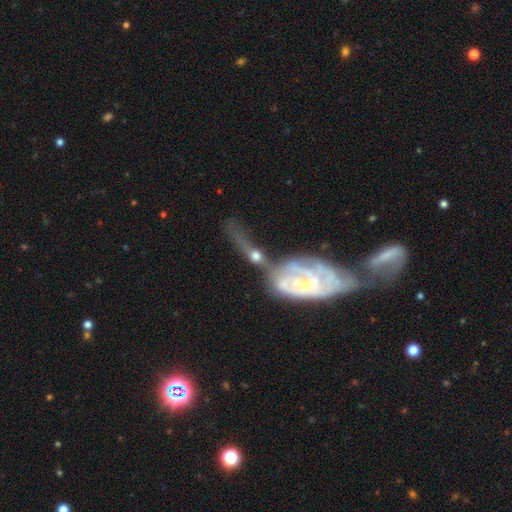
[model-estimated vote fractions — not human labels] Smooth or featured? featured or disk (59%)
Edge-on disk? no (68%)
Merging? merger (47%)